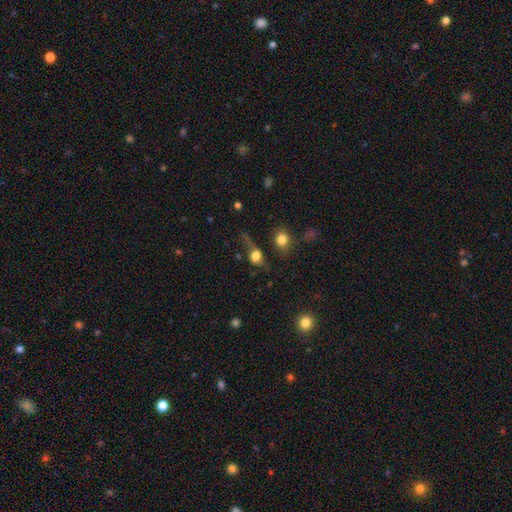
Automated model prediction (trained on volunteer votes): Morphology: type=smooth (59%); roundness=round (54%); merging=none (43%).